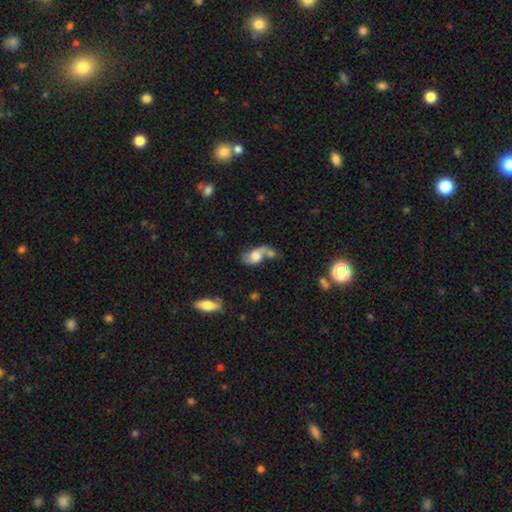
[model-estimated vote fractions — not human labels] Morphology: type=featured or disk (54%); edge-on=no (92%); merging=merger (45%).